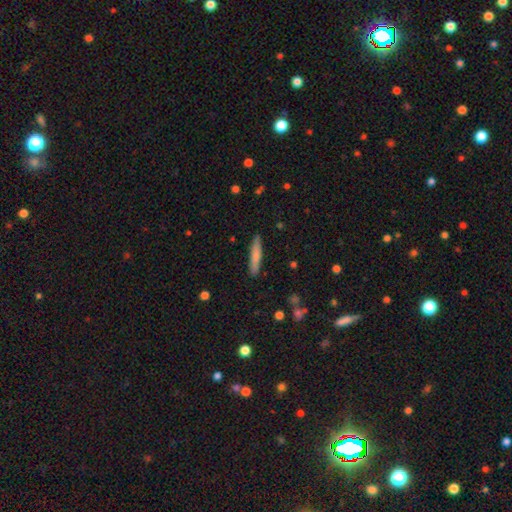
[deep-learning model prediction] This is likely a smooth galaxy (76%). How rounded: clearly cigar-shaped (91%). Merging: clearly none (88%).